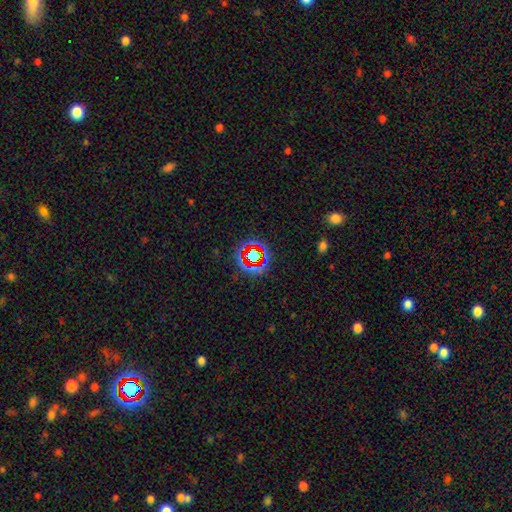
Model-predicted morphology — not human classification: smooth-or-featured: star or artifact: 67% | smooth: 21% | featured or disk: 13%